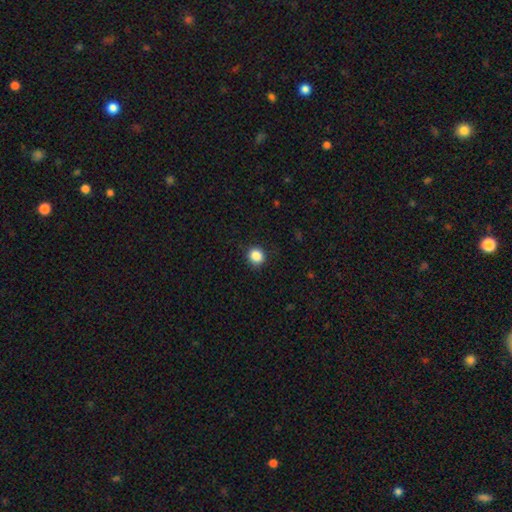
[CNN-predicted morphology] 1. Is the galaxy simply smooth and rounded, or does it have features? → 87% smooth, 10% star or artifact, 3% featured or disk.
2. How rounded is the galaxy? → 87% round, 12% in between, 1% cigar-shaped.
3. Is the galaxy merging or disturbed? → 89% none, 8% minor disturbance, 2% major disturbance, 1% merger.